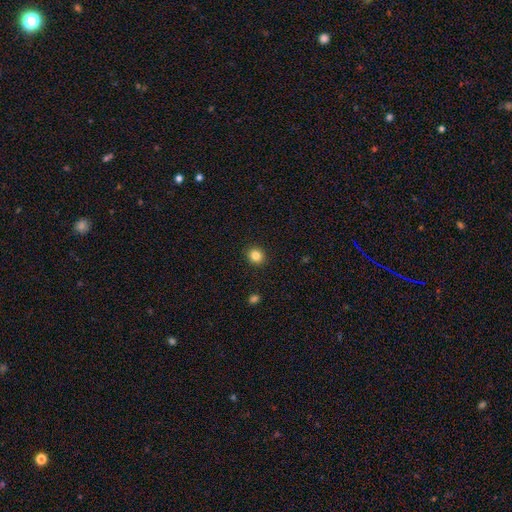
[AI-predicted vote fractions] smooth 84%, star or artifact 11%, featured or disk 5%. Down the decision tree: how rounded — round (78%); merging — none (91%).